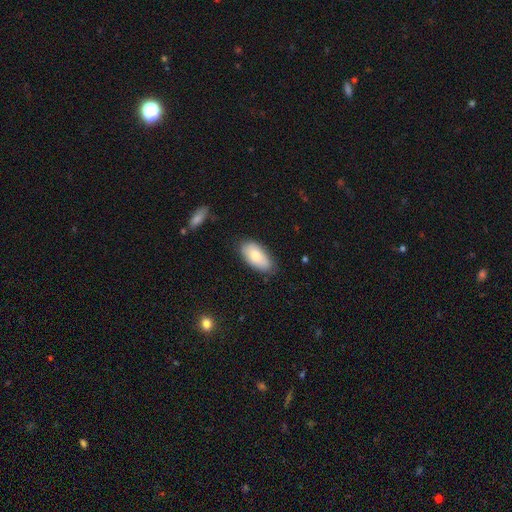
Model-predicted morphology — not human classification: A smooth galaxy with no disk features (76%) that is in between round and cigar-shaped (94%). Merging: none (79%).